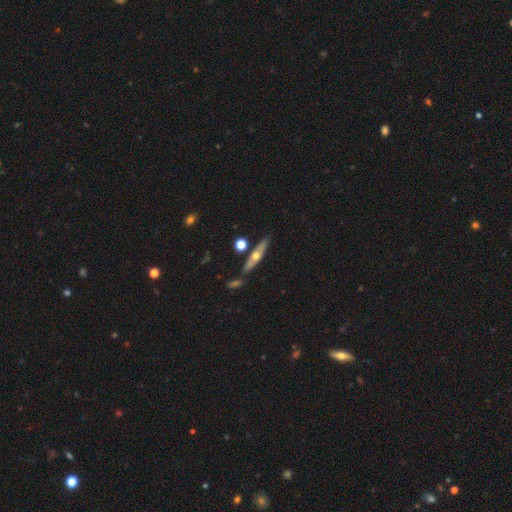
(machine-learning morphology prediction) Smooth or featured?
  - featured or disk: 59% *
  - smooth: 33%
  - star or artifact: 7%
Edge-on disk?
  - yes: 88% *
  - no: 12%
Edge-on bulge?
  - rounded: 91% *
  - none: 7%
  - boxy: 2%
Merging?
  - none: 79% *
  - minor disturbance: 11%
  - merger: 7%
  - major disturbance: 3%